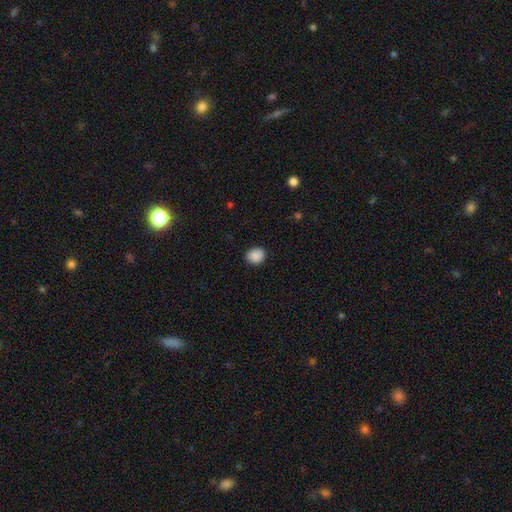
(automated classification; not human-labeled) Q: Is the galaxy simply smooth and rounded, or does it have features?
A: smooth — 88%.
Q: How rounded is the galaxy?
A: round — 66%.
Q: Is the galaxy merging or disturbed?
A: none — 84%.